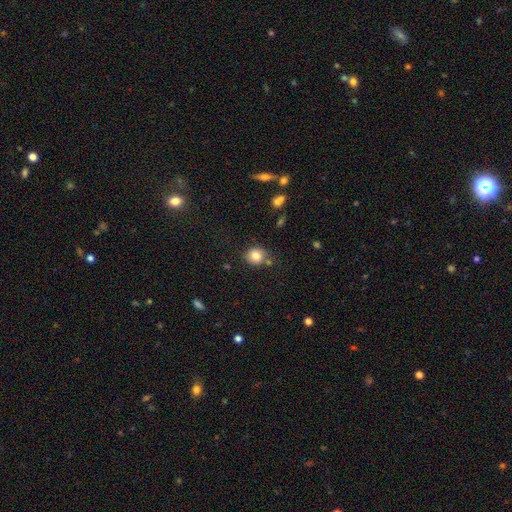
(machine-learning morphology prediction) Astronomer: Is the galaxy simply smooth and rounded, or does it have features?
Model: smooth — 81%.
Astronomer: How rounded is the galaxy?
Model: round — 80%.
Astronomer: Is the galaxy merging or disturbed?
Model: none — 73%.